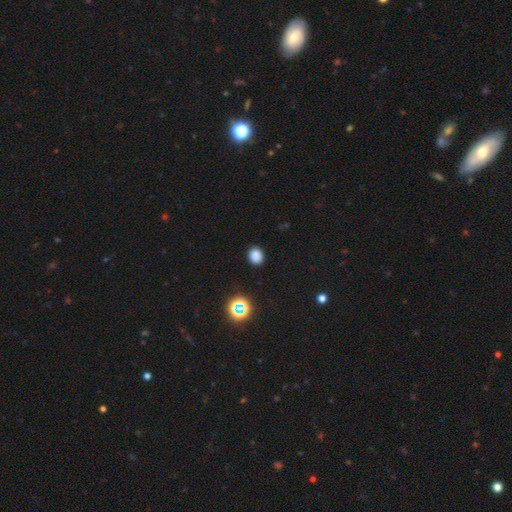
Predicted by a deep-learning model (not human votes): smooth 80%, star or artifact 16%, featured or disk 4%. Down the decision tree: how rounded — round (67%); merging — none (88%).